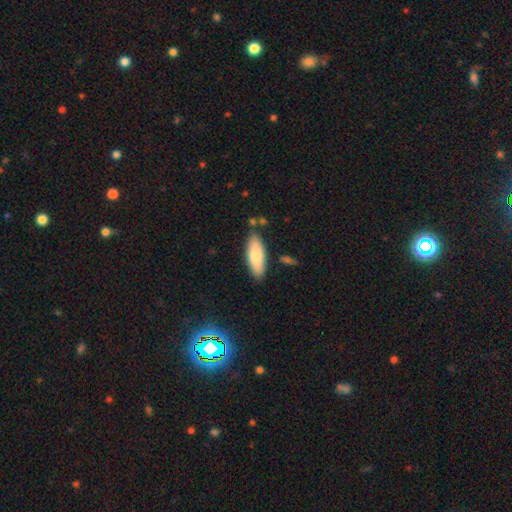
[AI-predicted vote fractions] Smooth or featured: smooth — 80% (featured or disk — 14%)
How rounded: in between — 74% (cigar-shaped — 25%)
Merging: none — 83% (minor disturbance — 11%)